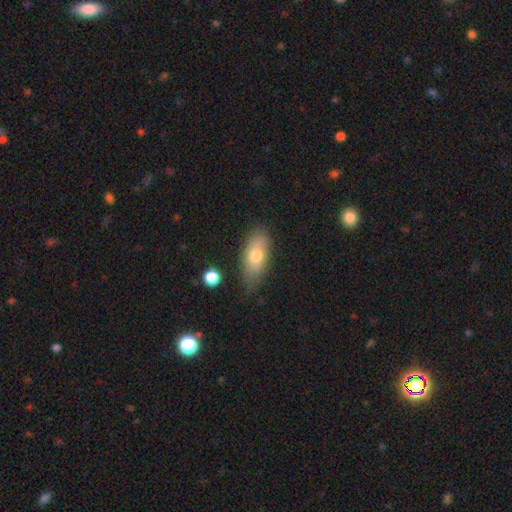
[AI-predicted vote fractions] A smooth galaxy with no disk features (70%) that is in between round and cigar-shaped (83%).

Vote fractions:
- Smooth or featured? smooth: 70% / featured or disk: 23% / star or artifact: 7%
- How rounded? in between: 83% / cigar-shaped: 12% / round: 5%
- Merging? none: 68% / minor disturbance: 24% / major disturbance: 6% / merger: 3%